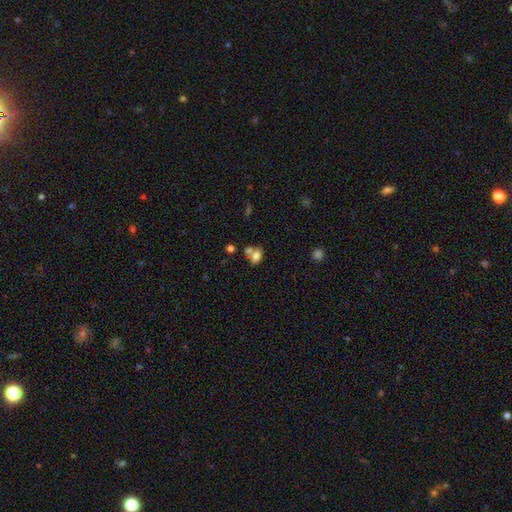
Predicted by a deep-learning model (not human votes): A smooth galaxy with no disk features (75%) that is in between round and cigar-shaped (79%). Merging: none (43%).